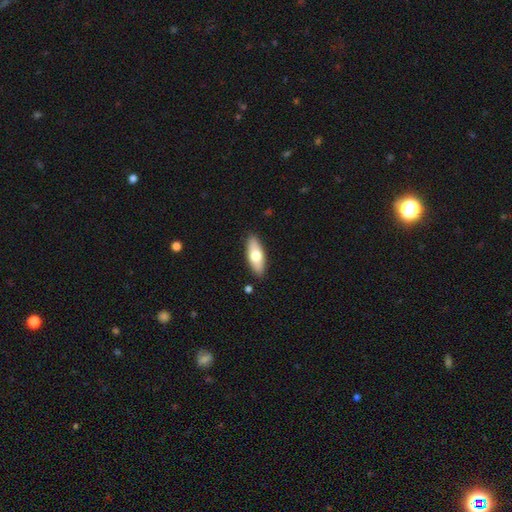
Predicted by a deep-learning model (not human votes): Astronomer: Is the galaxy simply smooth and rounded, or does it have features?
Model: smooth — 66%.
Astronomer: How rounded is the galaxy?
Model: in between — 71%.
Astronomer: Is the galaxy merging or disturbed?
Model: none — 88%.